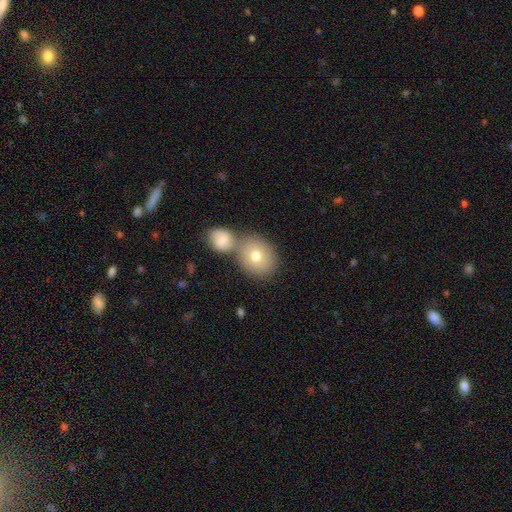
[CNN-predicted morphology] Overall: smooth (75%). How rounded: round (72%). Merging: none (48%; merger 39%).